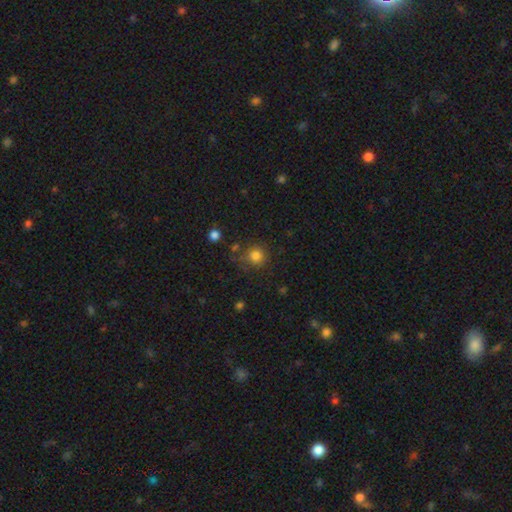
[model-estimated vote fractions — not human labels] Morphology: type=smooth (82%); roundness=round (92%); merging=none (76%).